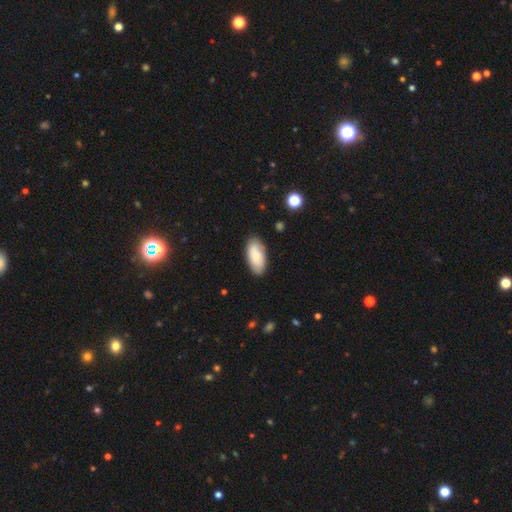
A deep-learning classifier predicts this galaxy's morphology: smooth 75%, featured or disk 18%, star or artifact 6%. Down the decision tree: how rounded — in between (91%); merging — none (83%).